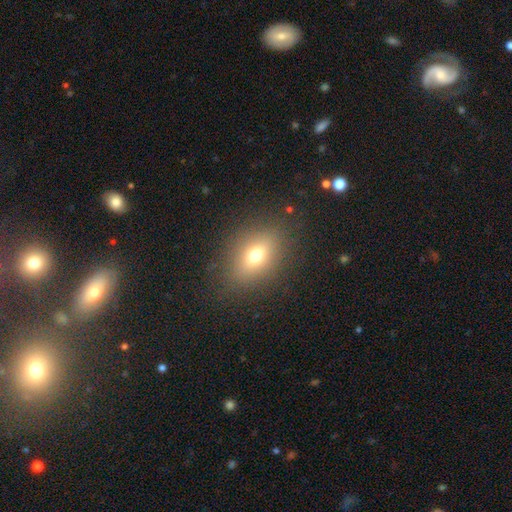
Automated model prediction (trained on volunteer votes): Q: Smooth or featured?
A: smooth (69%); runner-up: featured or disk (17%)
Q: How rounded?
A: in between (71%); runner-up: round (26%)
Q: Merging?
A: none (85%); runner-up: minor disturbance (10%)